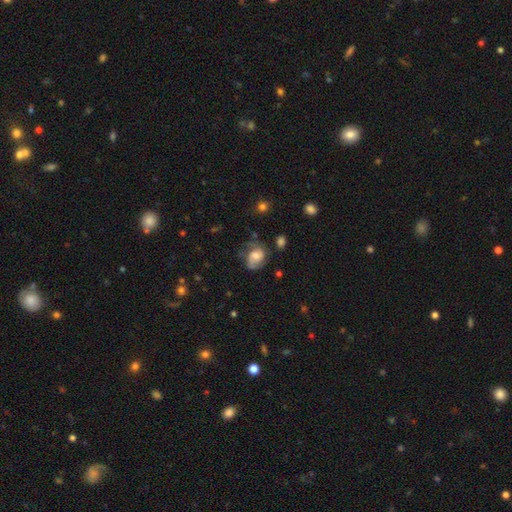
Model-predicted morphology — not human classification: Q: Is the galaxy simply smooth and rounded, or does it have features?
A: featured or disk — 52%.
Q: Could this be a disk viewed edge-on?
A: no — 97%.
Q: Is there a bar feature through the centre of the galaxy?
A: no — 67%.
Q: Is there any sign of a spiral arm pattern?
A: yes — 80%.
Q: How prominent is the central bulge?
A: moderate — 60%.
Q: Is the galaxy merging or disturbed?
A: none — 50%.